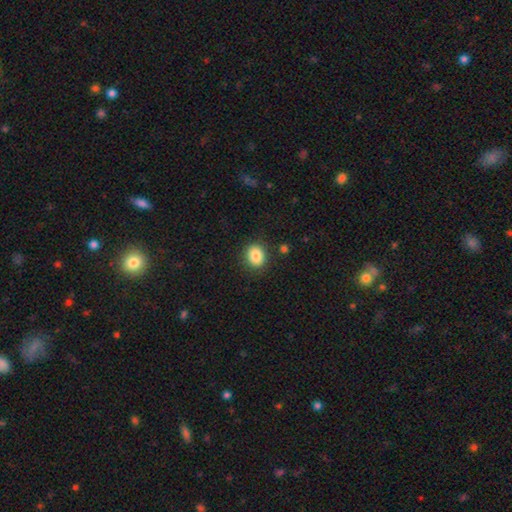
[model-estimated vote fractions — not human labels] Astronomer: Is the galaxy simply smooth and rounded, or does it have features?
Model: smooth — 85%.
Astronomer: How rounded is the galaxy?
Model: round — 63%.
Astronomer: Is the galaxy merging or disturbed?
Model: none — 87%.